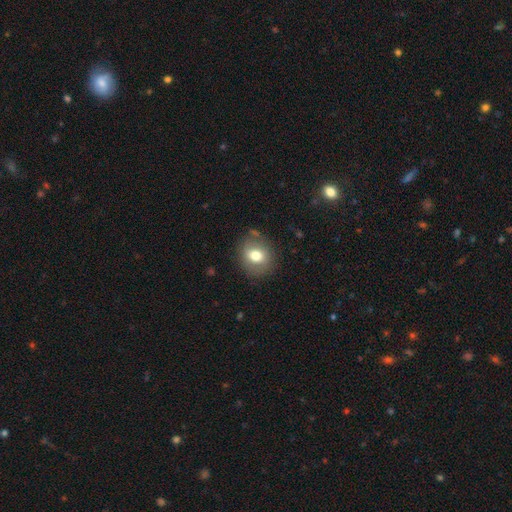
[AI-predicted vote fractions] Smooth or featured: smooth — 74% (featured or disk — 17%)
How rounded: round — 69% (in between — 30%)
Merging: none — 81% (minor disturbance — 13%)